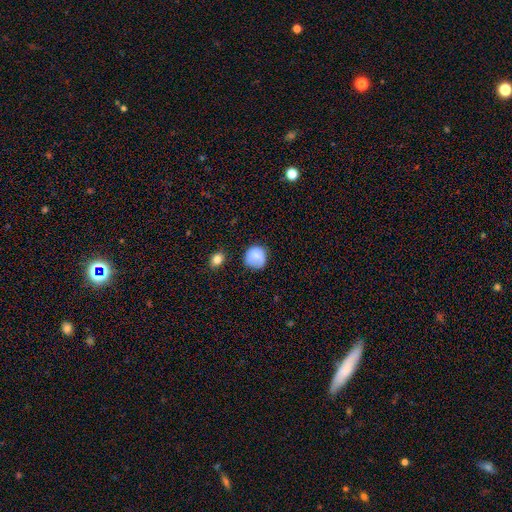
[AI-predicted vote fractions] Smooth or featured? Predicted: smooth (p=0.81). How rounded? Predicted: round (p=0.86). Merging? Predicted: none (p=0.67).